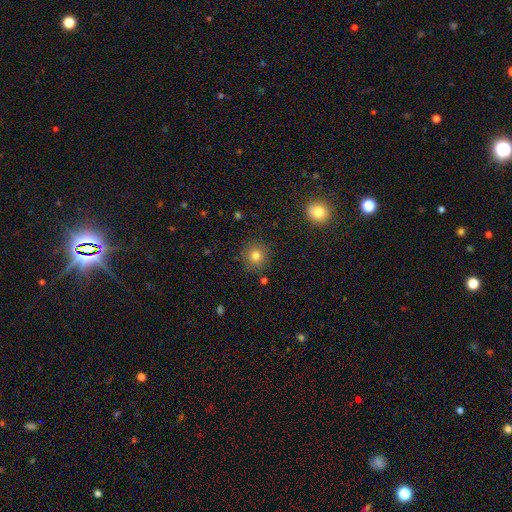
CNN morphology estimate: Smooth or featured: smooth — 79% (star or artifact — 14%)
How rounded: round — 93% (in between — 6%)
Merging: none — 88% (minor disturbance — 8%)